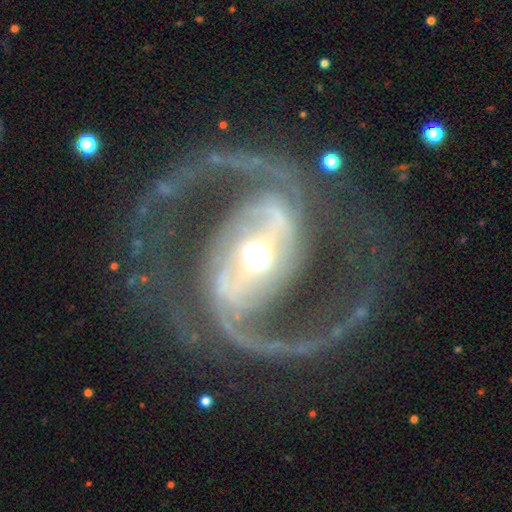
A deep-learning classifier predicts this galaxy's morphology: A featured or disk galaxy (90%) with a strong bar (49%), 2 (81%) loose (42%) spiral arms (94%) and a moderate central bulge (67%). Merging: none (54%).